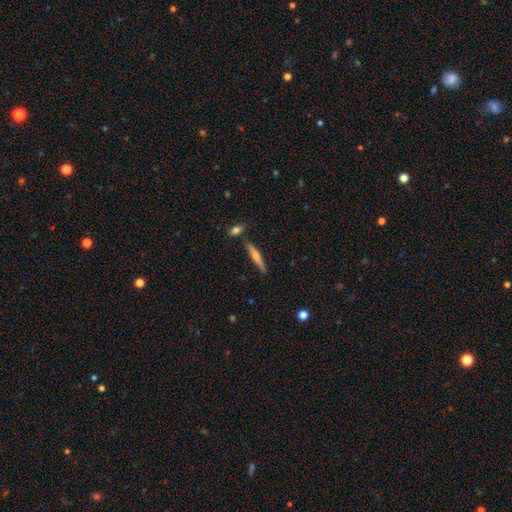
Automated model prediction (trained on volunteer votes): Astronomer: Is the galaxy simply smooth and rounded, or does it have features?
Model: featured or disk — 64%.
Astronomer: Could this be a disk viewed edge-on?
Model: yes — 97%.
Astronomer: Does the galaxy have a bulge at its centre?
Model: rounded — 89%.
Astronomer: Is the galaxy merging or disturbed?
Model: none — 81%.